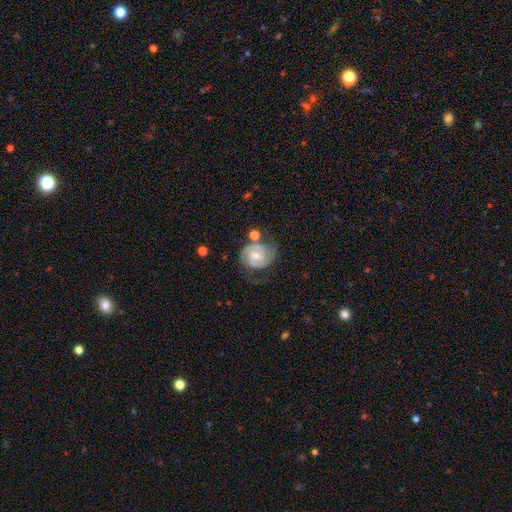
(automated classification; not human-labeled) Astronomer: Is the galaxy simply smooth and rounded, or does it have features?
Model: featured or disk — 87%.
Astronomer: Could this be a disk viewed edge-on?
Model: no — 98%.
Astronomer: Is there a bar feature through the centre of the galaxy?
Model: no — 51% (runner-up: weak, 38%).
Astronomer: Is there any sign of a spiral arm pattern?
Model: yes — 97%.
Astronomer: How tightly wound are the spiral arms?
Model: tight — 61%.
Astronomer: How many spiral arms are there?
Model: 2 — 84%.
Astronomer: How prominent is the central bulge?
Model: moderate — 61%.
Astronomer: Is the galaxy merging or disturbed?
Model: none — 63%.